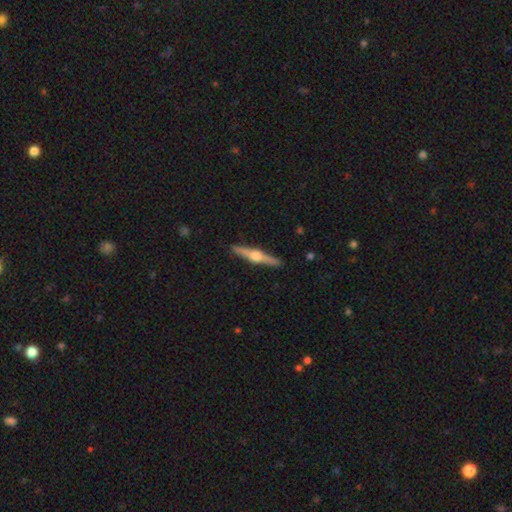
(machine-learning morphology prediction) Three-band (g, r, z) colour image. It shows a featured or disk galaxy (78%) viewed edge-on (98%) with a rounded central bulge (95%). Merging: none (92%).